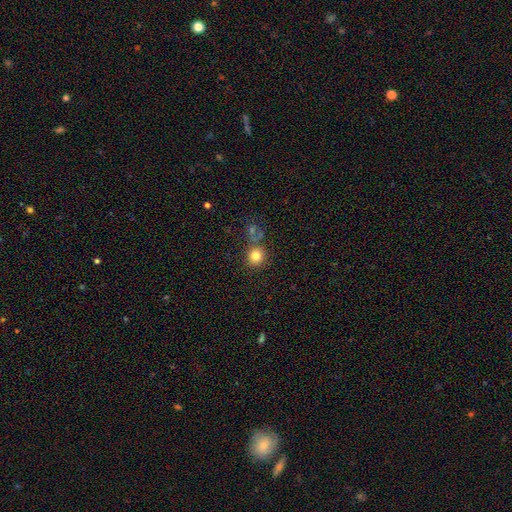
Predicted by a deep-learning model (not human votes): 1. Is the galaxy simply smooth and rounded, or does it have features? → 80% smooth, 13% star or artifact, 7% featured or disk.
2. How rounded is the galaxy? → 90% round, 9% in between, 1% cigar-shaped.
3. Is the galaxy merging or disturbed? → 75% none, 11% minor disturbance, 10% merger, 4% major disturbance.